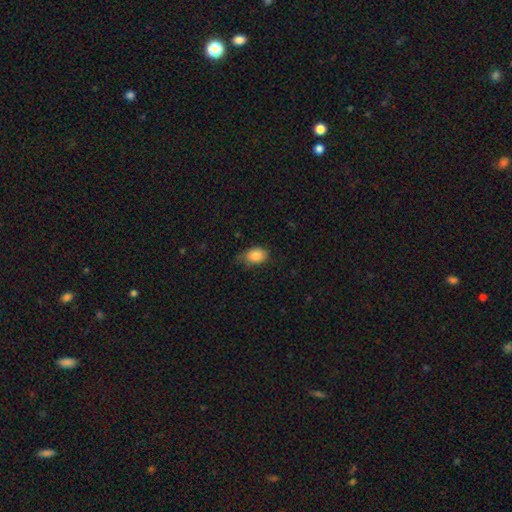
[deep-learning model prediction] Smooth or featured? Predicted: smooth (p=0.86). How rounded? Predicted: in between (p=0.80). Merging? Predicted: none (p=0.64).